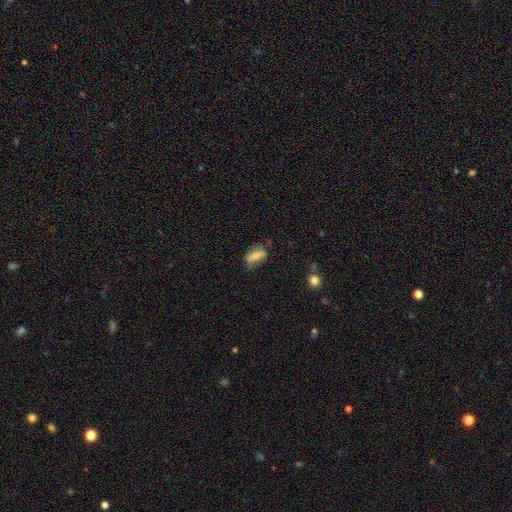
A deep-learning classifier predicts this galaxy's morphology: A smooth galaxy with no disk features (71%) that is in between round and cigar-shaped (78%).

Vote fractions:
- Smooth or featured? smooth: 71% / featured or disk: 19% / star or artifact: 9%
- How rounded? in between: 78% / cigar-shaped: 16% / round: 7%
- Merging? none: 54% / minor disturbance: 30% / major disturbance: 12% / merger: 4%